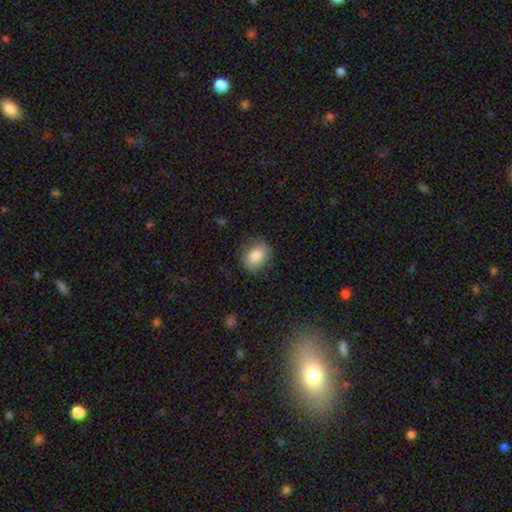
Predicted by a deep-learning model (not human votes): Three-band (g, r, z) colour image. It shows a smooth galaxy with no disk features (86%) that is in between round and cigar-shaped (62%). Merging: none (80%).